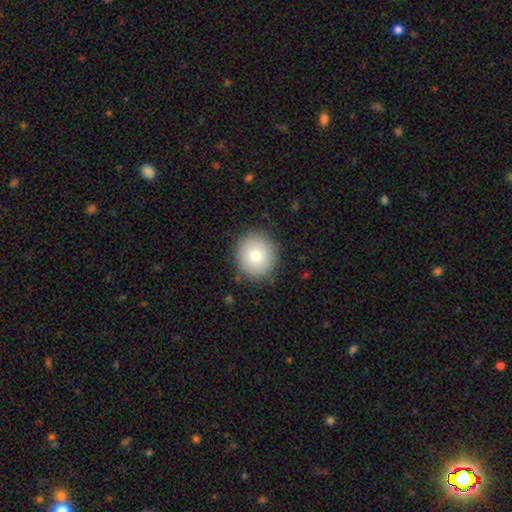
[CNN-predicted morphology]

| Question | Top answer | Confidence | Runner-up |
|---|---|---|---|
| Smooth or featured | smooth | 78% | featured or disk (13%) |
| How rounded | round | 91% | in between (8%) |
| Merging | none | 88% | minor disturbance (8%) |